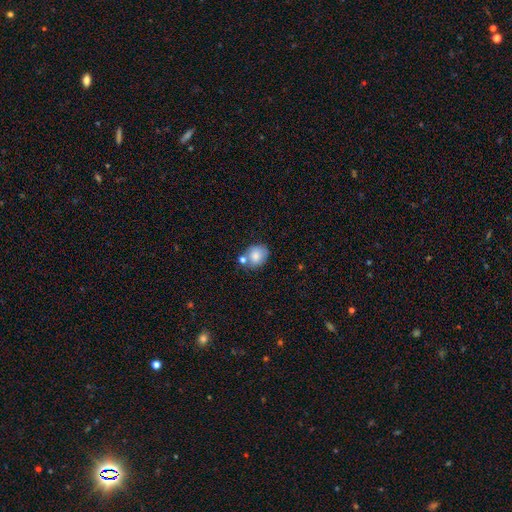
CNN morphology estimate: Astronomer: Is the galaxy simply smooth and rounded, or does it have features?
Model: smooth — 79%.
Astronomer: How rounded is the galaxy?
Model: round — 52% (runner-up: in between, 47%).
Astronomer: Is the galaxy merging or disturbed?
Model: none — 52%.